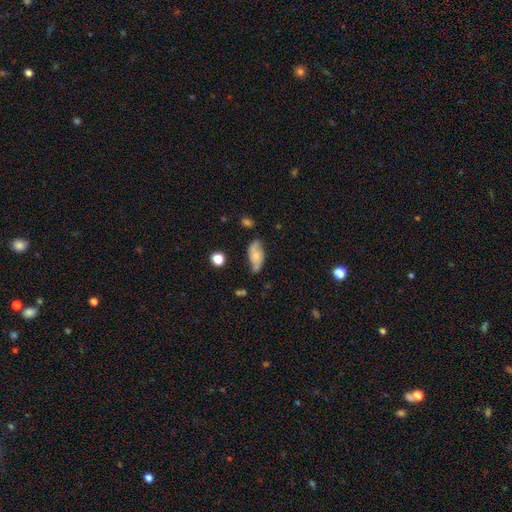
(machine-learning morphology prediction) This is possibly a smooth galaxy (52%). How rounded: clearly in between (87%). Merging: possibly none (59%).